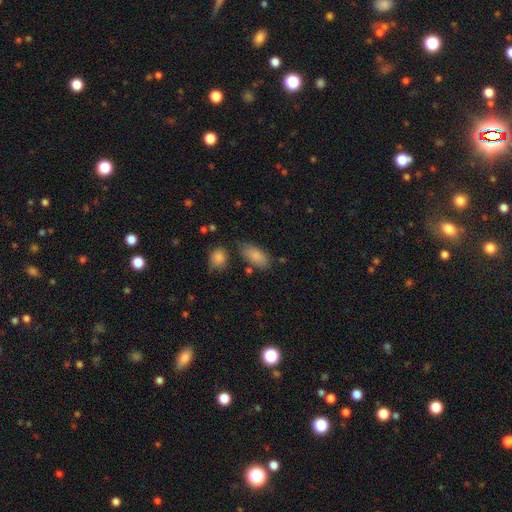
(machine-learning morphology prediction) Smooth or featured? smooth (86%)
How rounded? in between (89%)
Merging? none (71%)